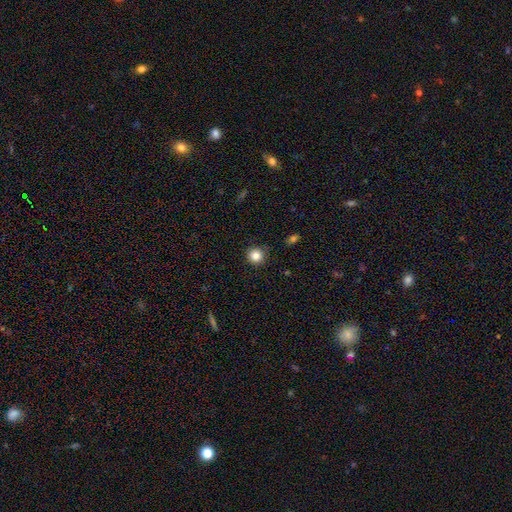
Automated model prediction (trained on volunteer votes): Smooth or featured: smooth — 85% (star or artifact — 11%)
How rounded: round — 94% (in between — 5%)
Merging: none — 88% (minor disturbance — 9%)